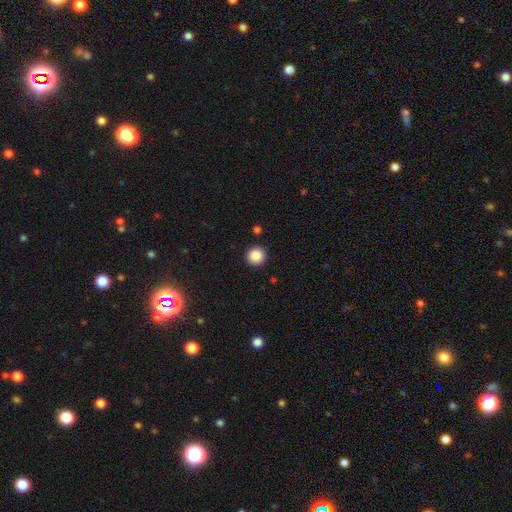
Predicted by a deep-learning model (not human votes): A smooth galaxy with no disk features (87%) that is round (96%).

Vote fractions:
- Smooth or featured? smooth: 87% / star or artifact: 10% / featured or disk: 4%
- How rounded? round: 96% / in between: 3% / cigar-shaped: 1%
- Merging? none: 92% / minor disturbance: 5% / major disturbance: 2% / merger: 1%